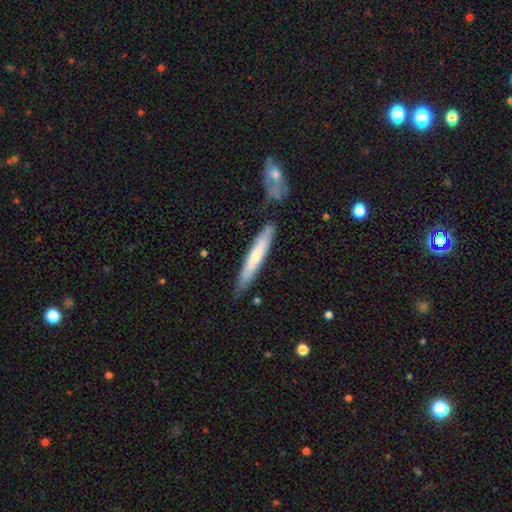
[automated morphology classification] Smooth or featured: smooth — 60% (featured or disk — 35%)
How rounded: cigar-shaped — 92% (in between — 7%)
Merging: none — 76% (minor disturbance — 14%)